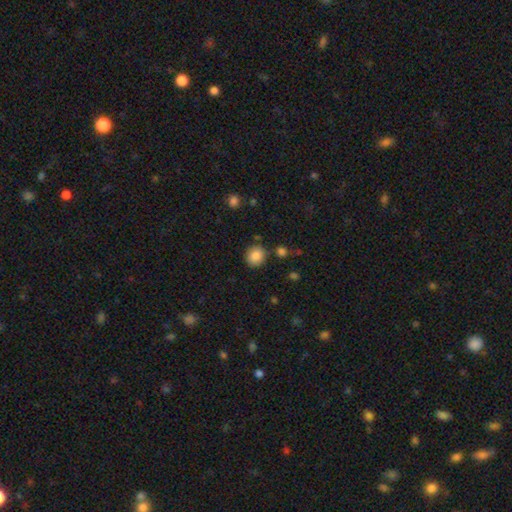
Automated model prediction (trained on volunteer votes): This is clearly a smooth galaxy (86%). How rounded: clearly round (82%). Merging: clearly none (84%).